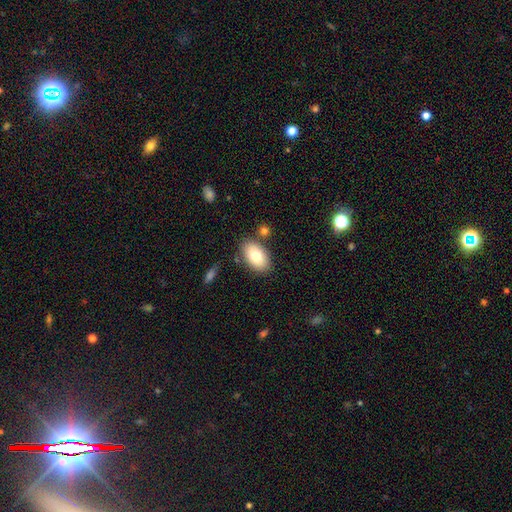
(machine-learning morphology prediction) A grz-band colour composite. It shows a smooth galaxy with no disk features (77%) that is in between round and cigar-shaped (92%). Merging: none (80%).